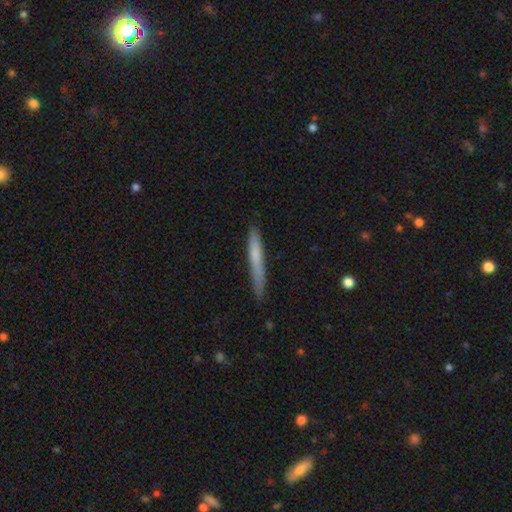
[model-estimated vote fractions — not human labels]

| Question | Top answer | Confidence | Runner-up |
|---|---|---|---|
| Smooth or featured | smooth | 64% | featured or disk (30%) |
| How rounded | cigar-shaped | 96% | in between (3%) |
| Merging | none | 81% | minor disturbance (15%) |